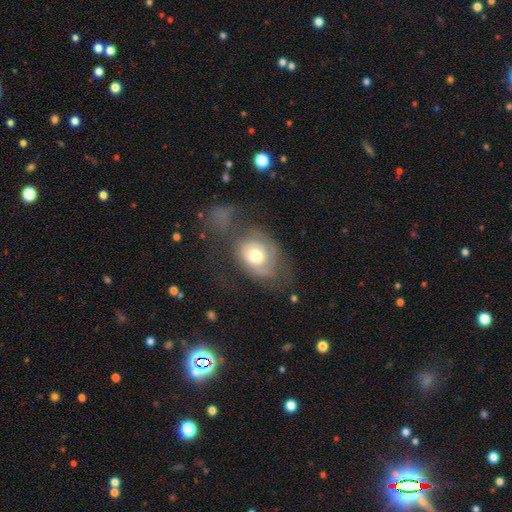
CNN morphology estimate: The model was most divided on "merging": major disturbance: 38%, none: 34%, minor disturbance: 22%, merger: 5%. More confident: edge-on disk — no (95%); bar — no (83%); bulge size — moderate (69%); spiral arms — yes (62%); smooth or featured — featured or disk (54%).